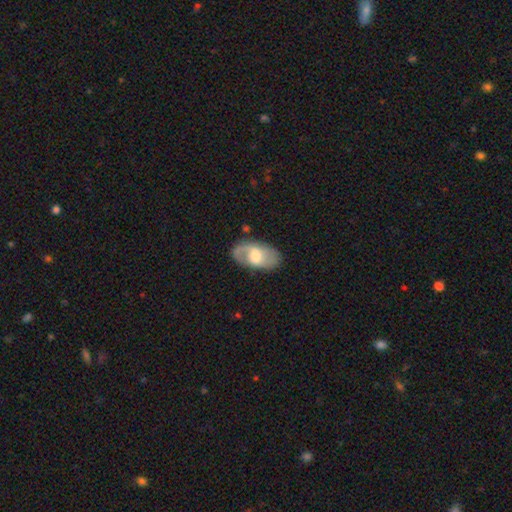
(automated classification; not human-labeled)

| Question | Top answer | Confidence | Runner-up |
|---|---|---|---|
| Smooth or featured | featured or disk | 63% | smooth (31%) |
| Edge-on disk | no | 94% | yes (6%) |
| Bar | weak | 47% | no (41%) |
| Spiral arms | yes | 79% | no (21%) |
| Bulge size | moderate | 58% | large (22%) |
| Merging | none | 78% | minor disturbance (15%) |